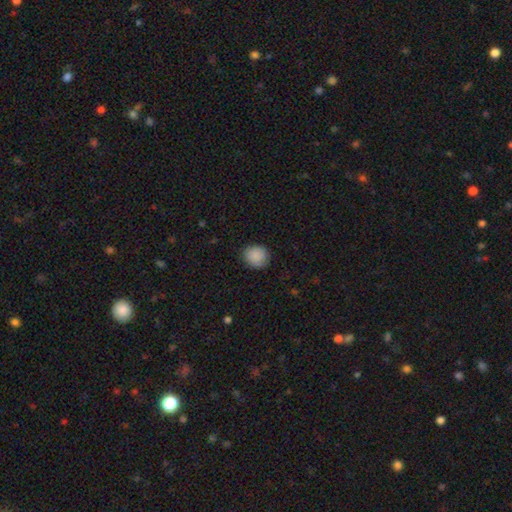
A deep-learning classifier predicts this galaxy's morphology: Smooth or featured? Predicted: smooth (p=0.89). How rounded? Predicted: round (p=0.79). Merging? Predicted: none (p=0.85).